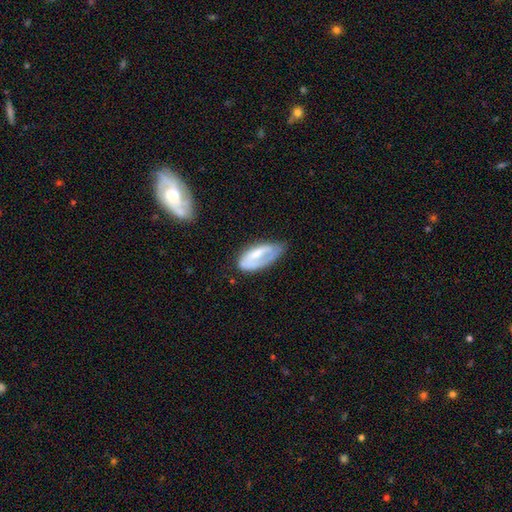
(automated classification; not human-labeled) The model was most divided on "smooth or featured": featured or disk: 52%, smooth: 42%, star or artifact: 6%. Remaining: edge-on disk — no (91%); merging — none (46%).